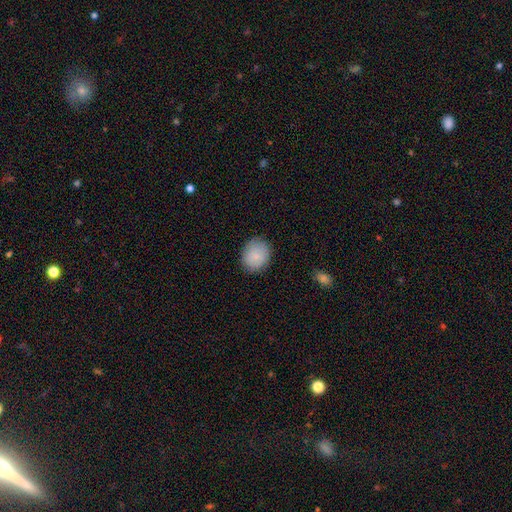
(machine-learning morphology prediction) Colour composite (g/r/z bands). It shows a smooth galaxy with no disk features (85%) that is round (66%). Merging: none (85%).